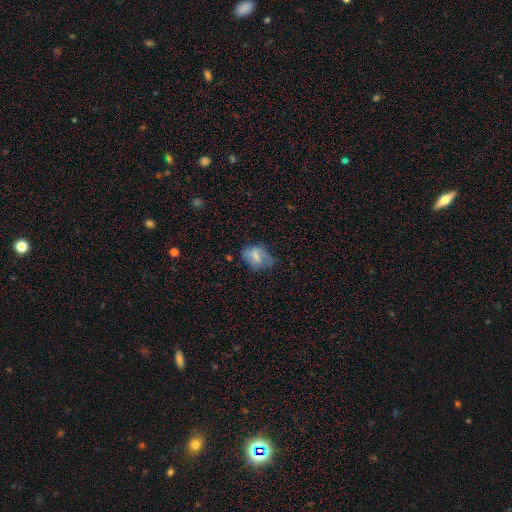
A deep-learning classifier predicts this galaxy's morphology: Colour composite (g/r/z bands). It shows a smooth galaxy with no disk features (66%) that is in between round and cigar-shaped (77%). Merging: none (53%).